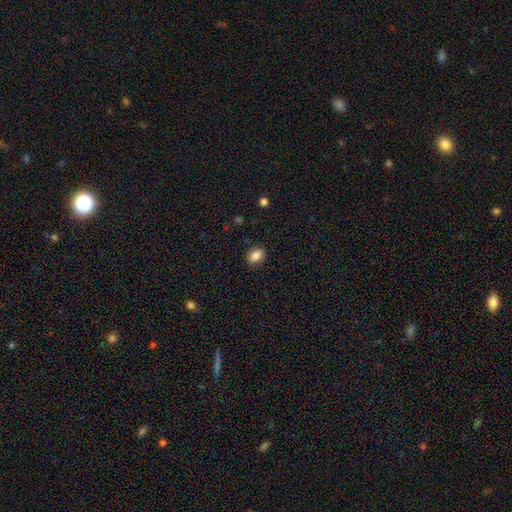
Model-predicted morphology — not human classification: Q: Smooth or featured?
A: smooth (85%); runner-up: star or artifact (9%)
Q: How rounded?
A: in between (72%); runner-up: round (26%)
Q: Merging?
A: none (86%); runner-up: minor disturbance (10%)